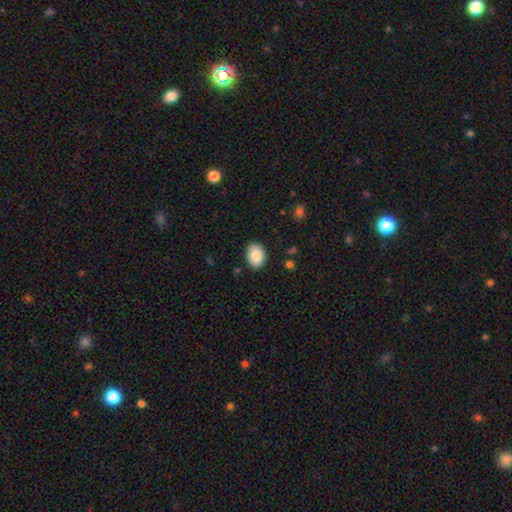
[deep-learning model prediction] smooth_or_featured: smooth (p=0.87) [alt: star or artifact p=0.07]
how_rounded: in between (p=0.71) [alt: round p=0.28]
merging: none (p=0.85) [alt: minor disturbance p=0.11]